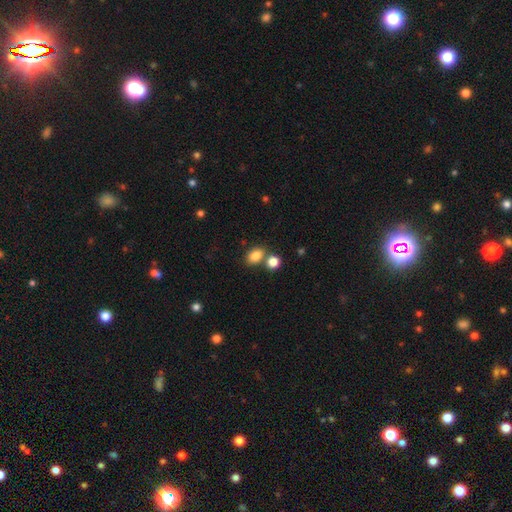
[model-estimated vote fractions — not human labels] Smooth or featured: smooth — 84% (star or artifact — 10%)
How rounded: in between — 74% (round — 25%)
Merging: none — 63% (merger — 23%)